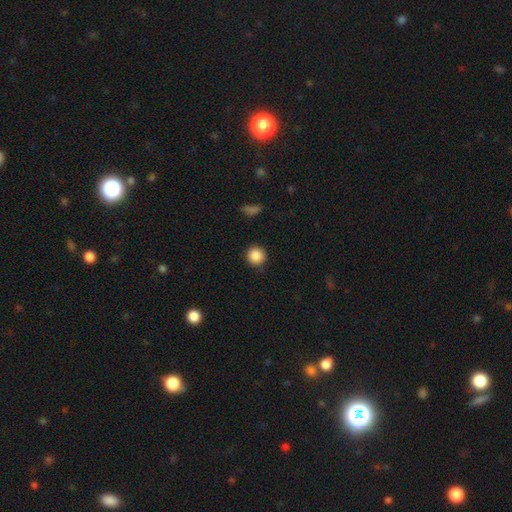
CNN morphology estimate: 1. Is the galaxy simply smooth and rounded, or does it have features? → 87% smooth, 9% star or artifact, 3% featured or disk.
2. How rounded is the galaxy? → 95% round, 5% in between, 1% cigar-shaped.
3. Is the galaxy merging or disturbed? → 89% none, 7% minor disturbance, 2% major disturbance, 1% merger.